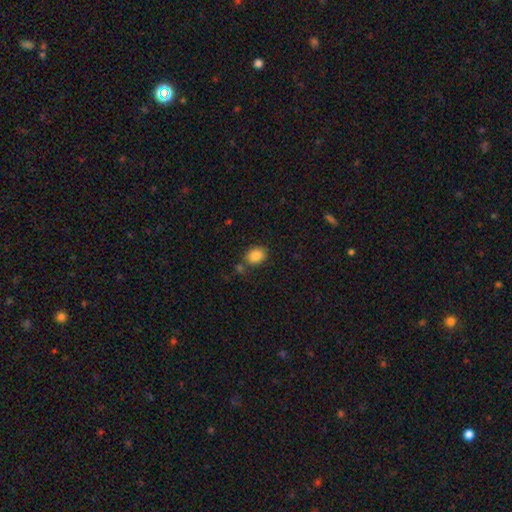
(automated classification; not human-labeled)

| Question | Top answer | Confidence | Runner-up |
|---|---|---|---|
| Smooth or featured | smooth | 86% | star or artifact (9%) |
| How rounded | in between | 58% | round (41%) |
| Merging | none | 74% | minor disturbance (13%) |